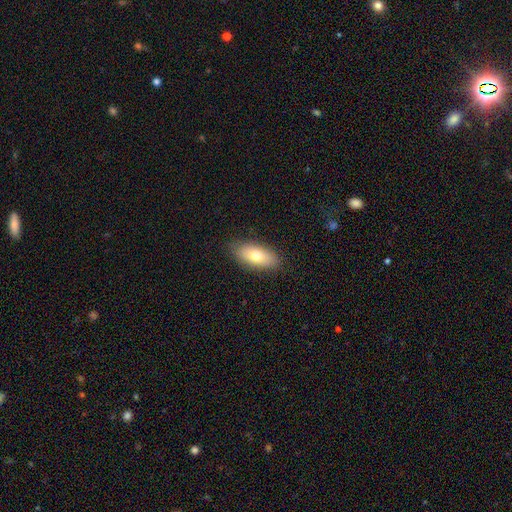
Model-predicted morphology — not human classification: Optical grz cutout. It shows a smooth galaxy with no disk features (75%) that is in between round and cigar-shaped (88%). Merging: none (86%).